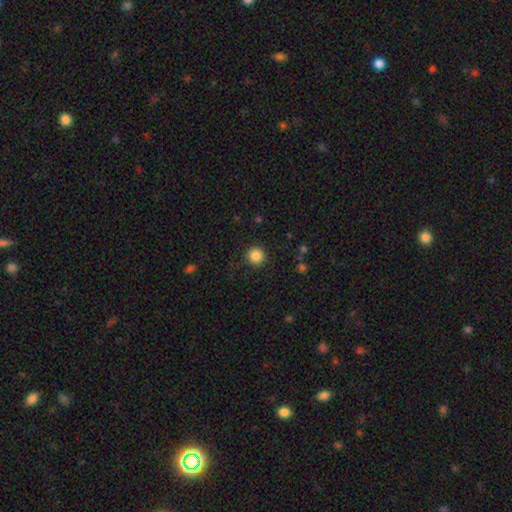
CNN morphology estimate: Smooth or featured? smooth (86%)
How rounded? round (95%)
Merging? none (91%)